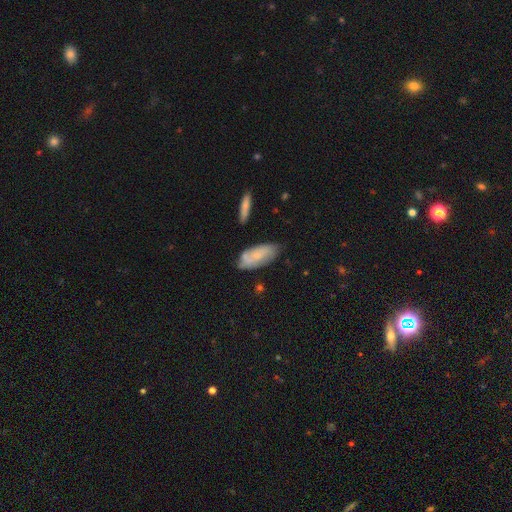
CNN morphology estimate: A smooth galaxy with no disk features (58%) that is in between round and cigar-shaped (85%). Merging: none (64%).